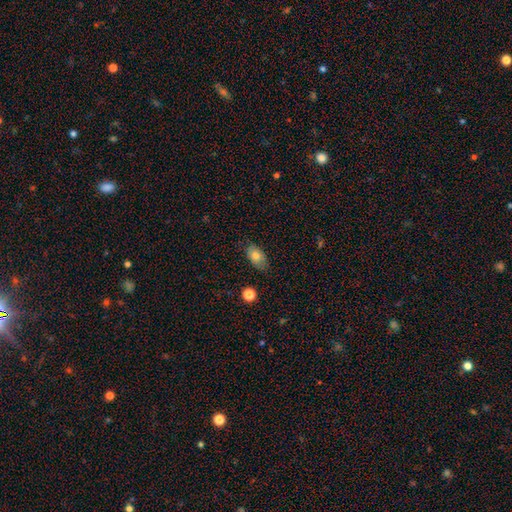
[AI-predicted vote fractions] smooth 77%, featured or disk 15%, star or artifact 8%. Down the decision tree: how rounded — in between (88%); merging — none (76%).